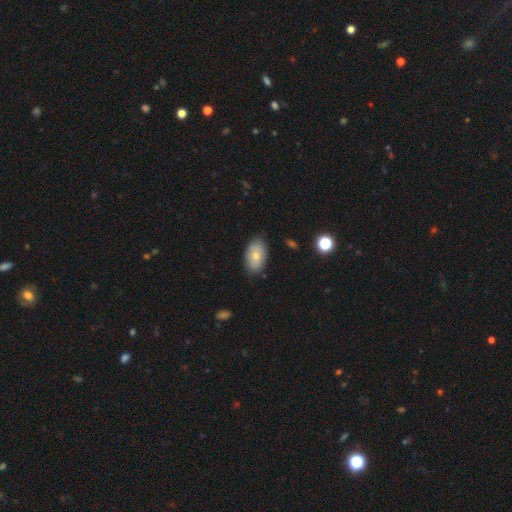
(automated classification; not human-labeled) This is likely a smooth galaxy (73%). How rounded: clearly in between (91%). Merging: clearly none (83%).